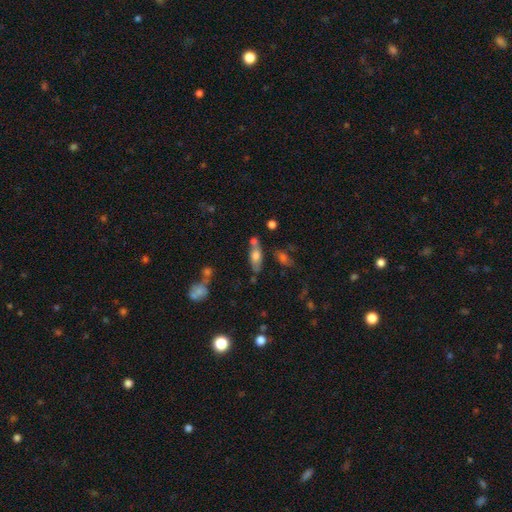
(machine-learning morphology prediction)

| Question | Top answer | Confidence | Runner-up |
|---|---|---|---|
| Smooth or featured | smooth | 67% | featured or disk (23%) |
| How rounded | in between | 71% | cigar-shaped (24%) |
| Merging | none | 52% | merger (25%) |